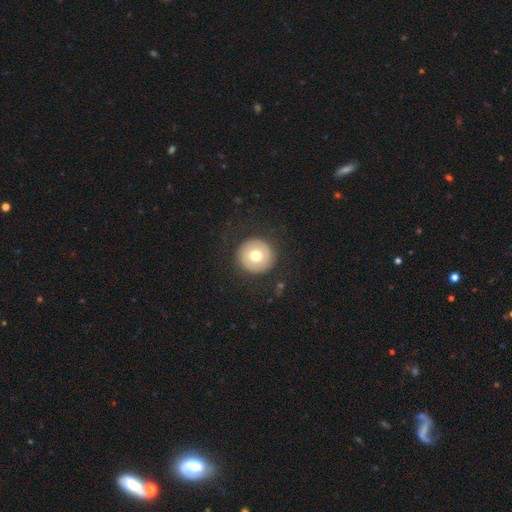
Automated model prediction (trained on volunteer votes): smooth-or-featured: smooth: 69% | featured or disk: 23% | star or artifact: 8%
  how-rounded: round: 96% | in between: 3% | cigar-shaped: 1%
  merging: none: 89% | minor disturbance: 6% | major disturbance: 3% | merger: 1%